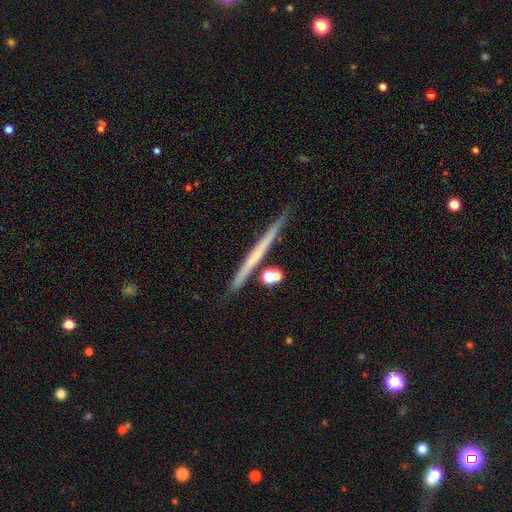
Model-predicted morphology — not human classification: Q: Smooth or featured?
A: featured or disk (52%); runner-up: smooth (41%)
Q: Edge-on disk?
A: yes (97%); runner-up: no (3%)
Q: Edge-on bulge?
A: none (89%); runner-up: rounded (8%)
Q: Merging?
A: none (85%); runner-up: minor disturbance (8%)